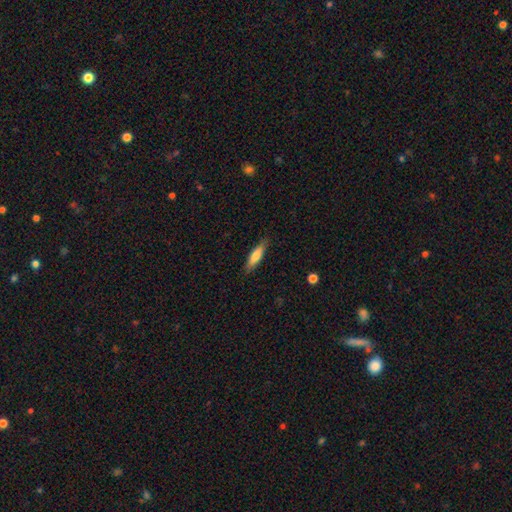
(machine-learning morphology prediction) smooth_or_featured: smooth (p=0.71) [alt: featured or disk p=0.23]
how_rounded: cigar-shaped (p=0.70) [alt: in between p=0.28]
merging: none (p=0.87) [alt: minor disturbance p=0.10]